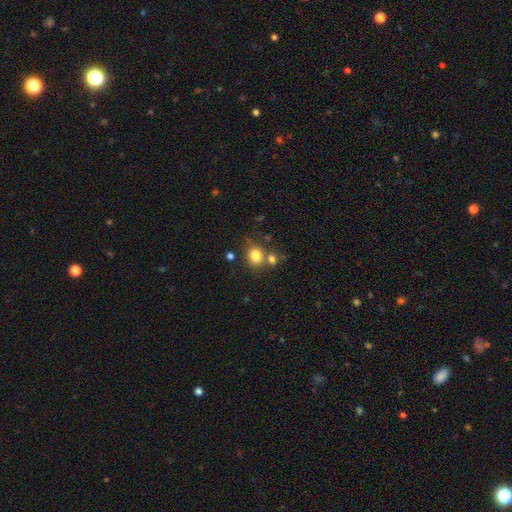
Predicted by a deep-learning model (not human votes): Q: Smooth or featured?
A: smooth (81%); runner-up: star or artifact (11%)
Q: How rounded?
A: round (72%); runner-up: in between (27%)
Q: Merging?
A: none (59%); runner-up: merger (24%)